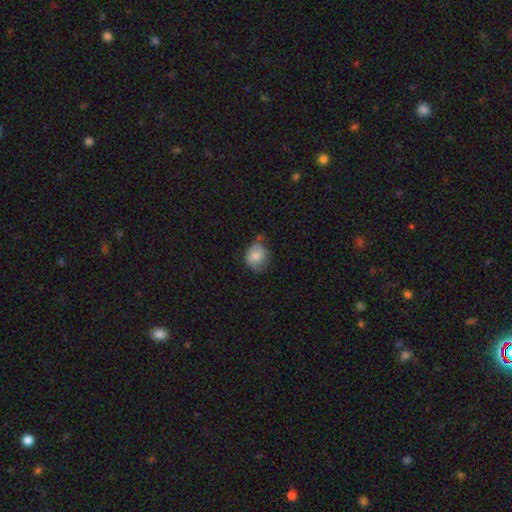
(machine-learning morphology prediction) Smooth or featured: smooth — 74% (featured or disk — 18%)
How rounded: round — 71% (in between — 28%)
Merging: none — 56% (minor disturbance — 32%)